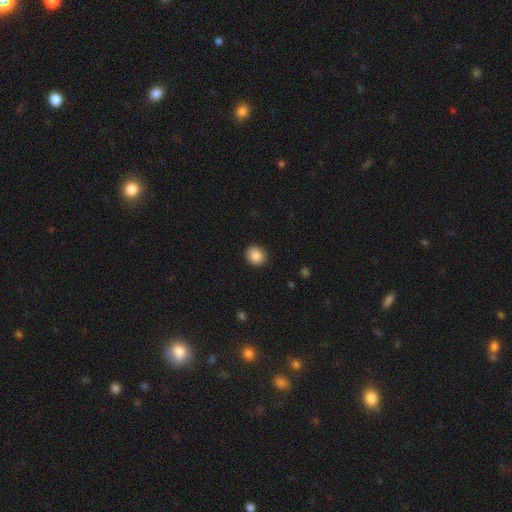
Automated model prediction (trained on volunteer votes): Q: Smooth or featured?
A: smooth (88%); runner-up: star or artifact (9%)
Q: How rounded?
A: round (72%); runner-up: in between (27%)
Q: Merging?
A: none (90%); runner-up: minor disturbance (7%)